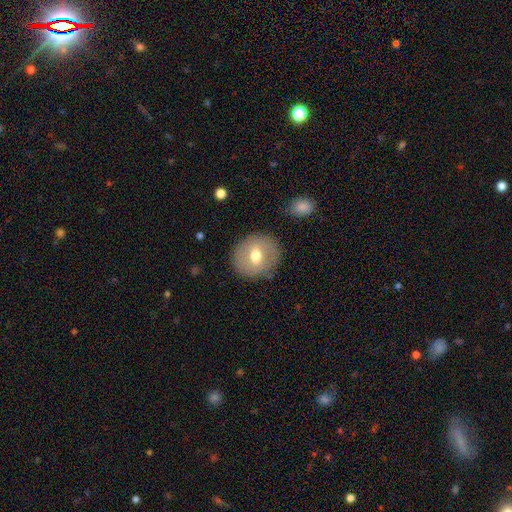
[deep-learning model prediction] Smooth or featured? smooth (59%)
How rounded? round (80%)
Merging? none (84%)